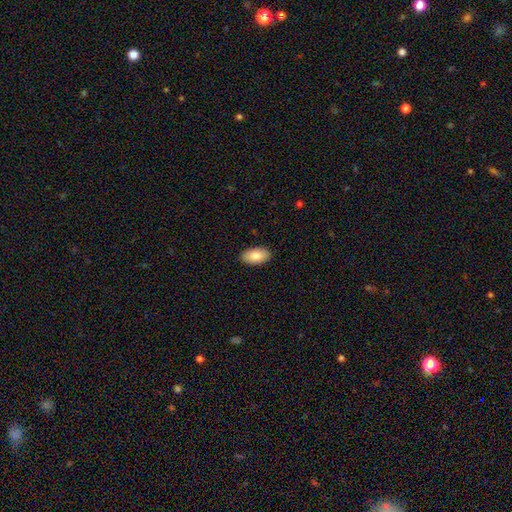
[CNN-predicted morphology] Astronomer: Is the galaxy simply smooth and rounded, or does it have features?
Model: smooth — 84%.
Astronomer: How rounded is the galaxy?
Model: in between — 95%.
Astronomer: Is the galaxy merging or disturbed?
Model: none — 90%.